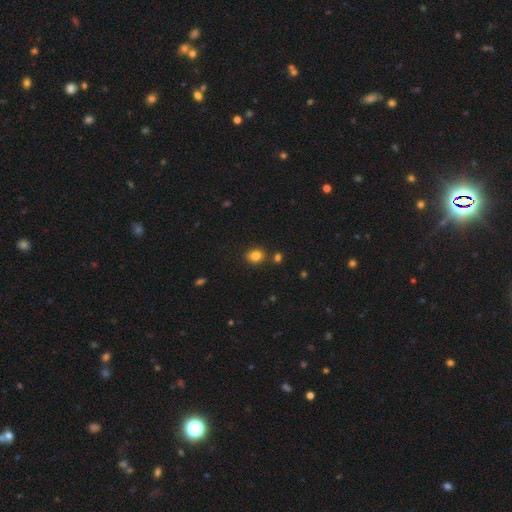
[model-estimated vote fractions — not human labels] Smooth or featured? Predicted: smooth (p=0.84). How rounded? Predicted: round (p=0.54). Merging? Predicted: none (p=0.80).